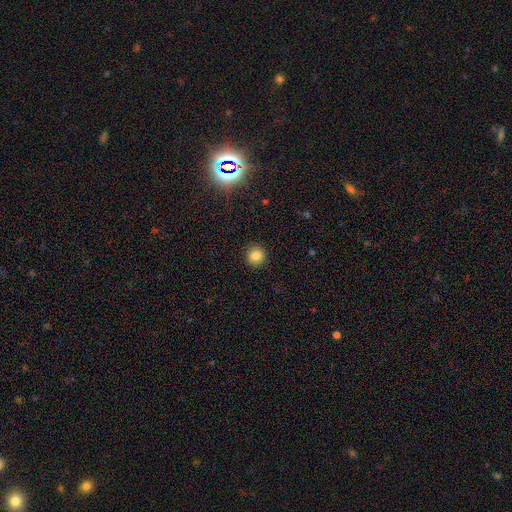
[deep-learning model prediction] Overall: smooth (83%). How rounded: round (91%). Merging: none (91%).